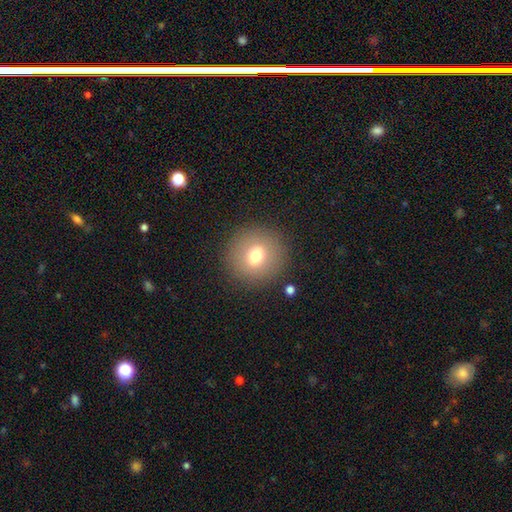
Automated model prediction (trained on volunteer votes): This appears to be a smooth galaxy with no disk features (70%) that is round (92%). Merging: none (88%).